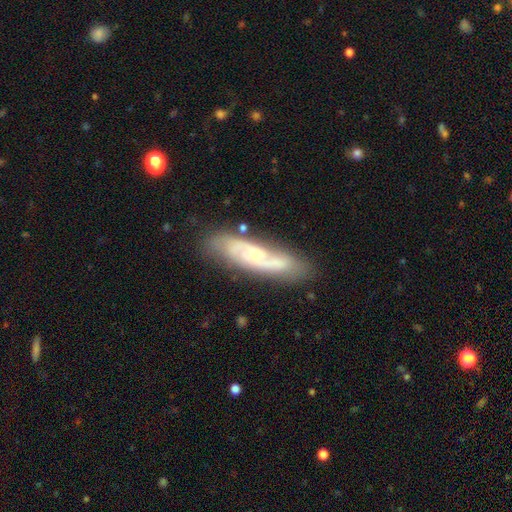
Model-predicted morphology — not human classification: The model was most divided on "bar": no: 51%, weak: 39%, strong: 10%. Remaining: spiral arms — yes (90%); edge-on disk — no (80%); merging — none (73%); smooth or featured — featured or disk (69%); bulge size — small (49%).